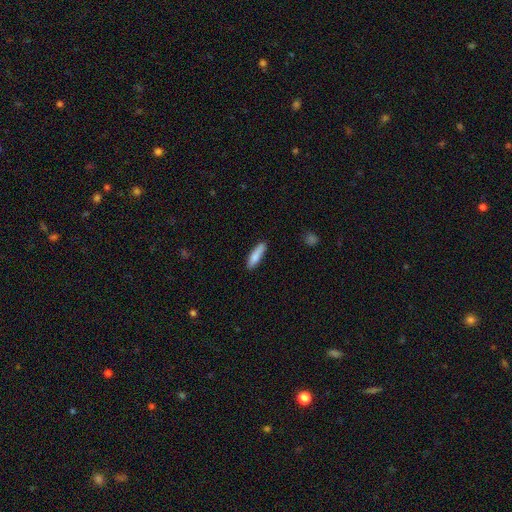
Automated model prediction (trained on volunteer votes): Morphology: type=smooth (82%); roundness=cigar-shaped (66%); merging=none (80%).